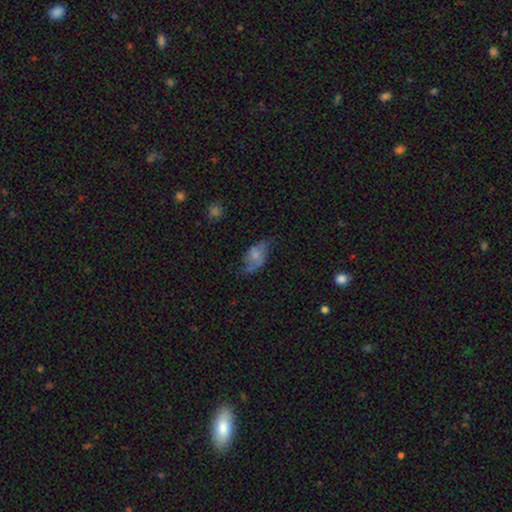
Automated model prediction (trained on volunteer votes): Overall: smooth (49%; featured or disk 40%). Merging: none (41%; minor disturbance 30%).